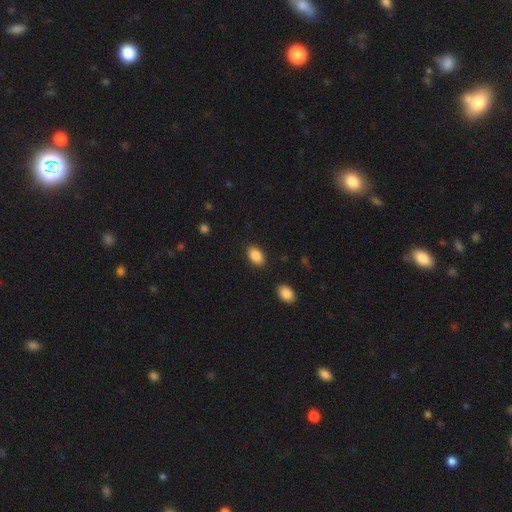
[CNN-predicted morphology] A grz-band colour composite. It shows a smooth galaxy with no disk features (88%) that is in between round and cigar-shaped (90%). Merging: none (87%).